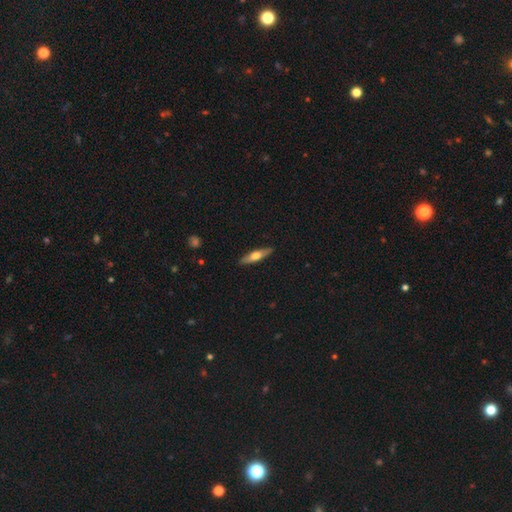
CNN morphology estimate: Smooth or featured: smooth — 48% (featured or disk — 46%)
Merging: none — 90% (minor disturbance — 8%)